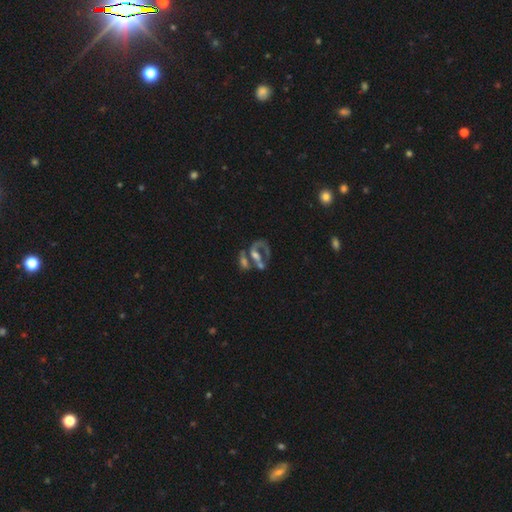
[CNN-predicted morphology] Smooth or featured? Predicted: featured or disk (p=0.67). Edge-on disk? Predicted: no (p=0.94). Bar? Predicted: no (p=0.53). Spiral arms? Predicted: yes (p=0.58). Bulge size? Predicted: moderate (p=0.40). Merging? Predicted: merger (p=0.46).